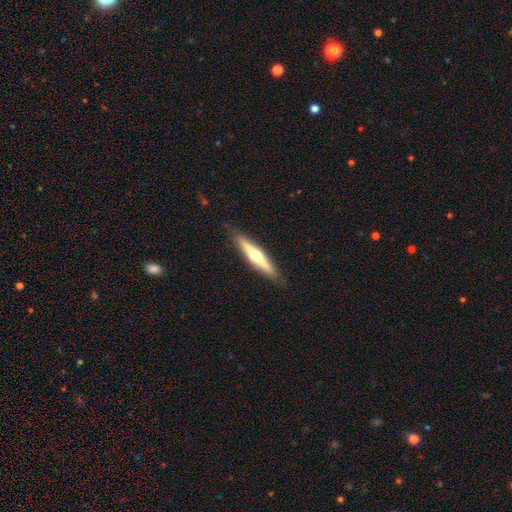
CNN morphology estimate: type=featured or disk (65%); edge-on=yes (96%); edge-on bulge=rounded (93%); merging=none (89%).